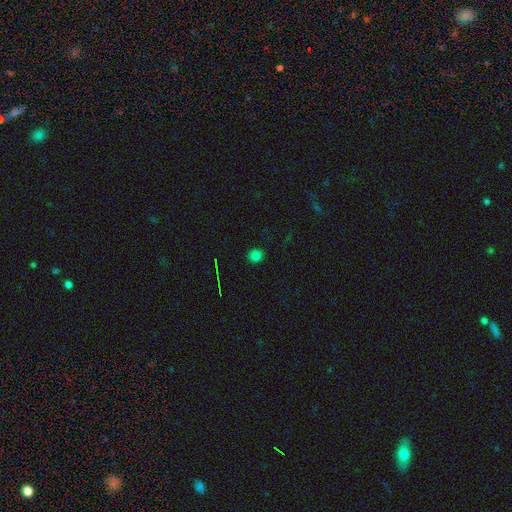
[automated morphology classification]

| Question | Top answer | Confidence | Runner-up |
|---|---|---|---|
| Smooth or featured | smooth | 78% | star or artifact (17%) |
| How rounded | round | 75% | in between (24%) |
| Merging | none | 89% | minor disturbance (8%) |